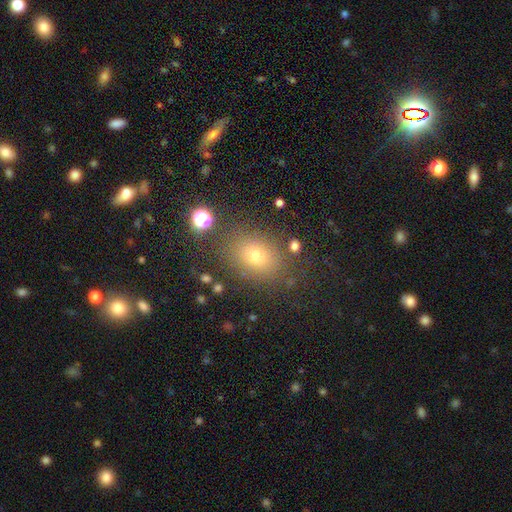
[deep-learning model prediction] This is likely a smooth galaxy (71%). How rounded: possibly in between (60%). Merging: clearly none (80%).